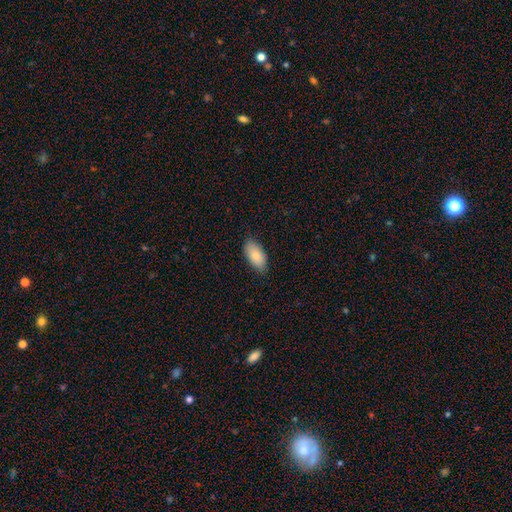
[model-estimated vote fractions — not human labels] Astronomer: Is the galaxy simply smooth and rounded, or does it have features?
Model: smooth — 85%.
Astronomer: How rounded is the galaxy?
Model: in between — 93%.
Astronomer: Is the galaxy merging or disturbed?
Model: none — 84%.